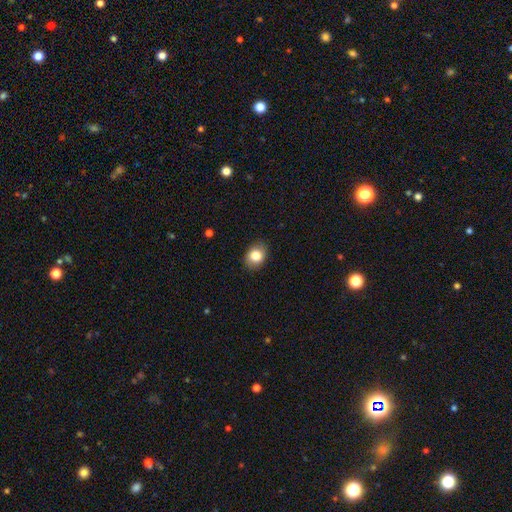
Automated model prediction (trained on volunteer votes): A smooth galaxy with no disk features (82%) that is in between round and cigar-shaped (58%).

Vote fractions:
- Smooth or featured? smooth: 82% / featured or disk: 10% / star or artifact: 8%
- How rounded? in between: 58% / round: 41% / cigar-shaped: 1%
- Merging? none: 85% / minor disturbance: 11% / major disturbance: 3% / merger: 1%